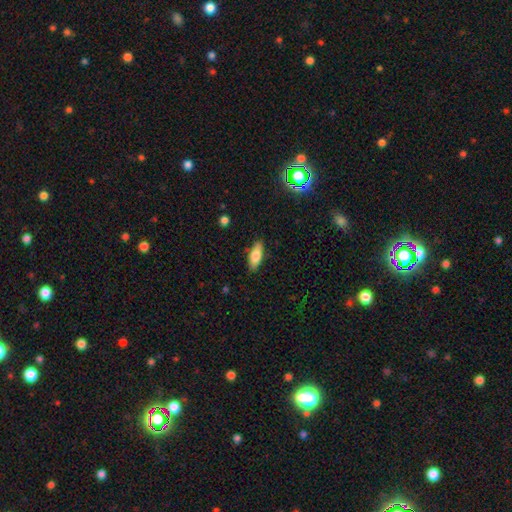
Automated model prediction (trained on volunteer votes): Q: Smooth or featured?
A: smooth (77%); runner-up: featured or disk (16%)
Q: How rounded?
A: in between (67%); runner-up: cigar-shaped (31%)
Q: Merging?
A: none (84%); runner-up: minor disturbance (12%)